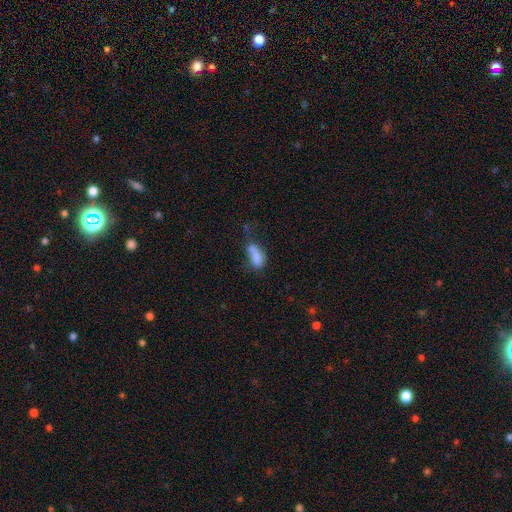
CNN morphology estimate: smooth_or_featured: smooth (p=0.76) [alt: featured or disk p=0.14]
how_rounded: in between (p=0.83) [alt: cigar-shaped p=0.12]
merging: merger (p=0.27) [alt: none p=0.26]